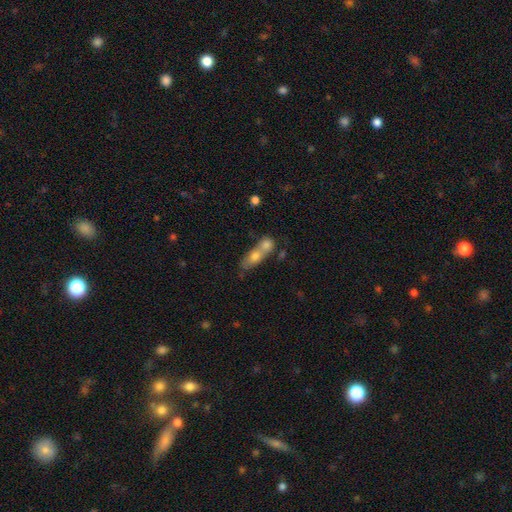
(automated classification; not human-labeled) smooth-or-featured: smooth: 69% | featured or disk: 23% | star or artifact: 8%
  how-rounded: in between: 59% | cigar-shaped: 28% | round: 14%
  merging: merger: 63% | none: 24% | minor disturbance: 8% | major disturbance: 4%